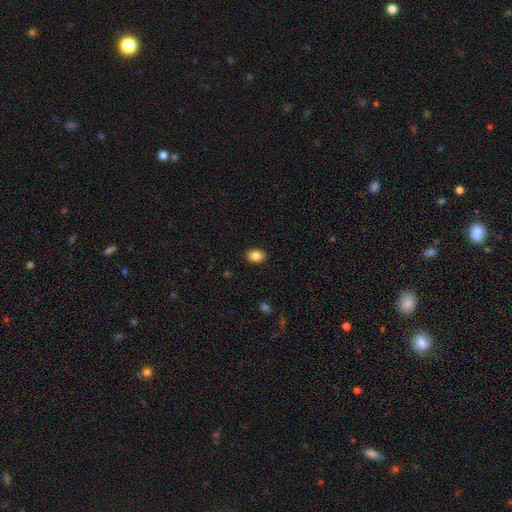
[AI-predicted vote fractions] This is clearly a smooth galaxy (86%). How rounded: likely in between (71%). Merging: clearly none (90%).